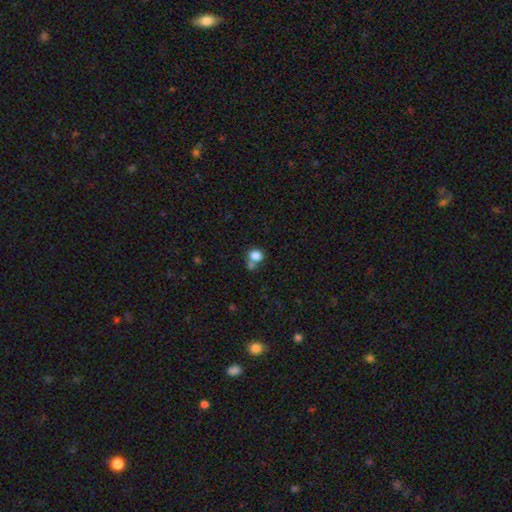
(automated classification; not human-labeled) A smooth galaxy with no disk features (82%) that is round (66%). Merging: none (49%).